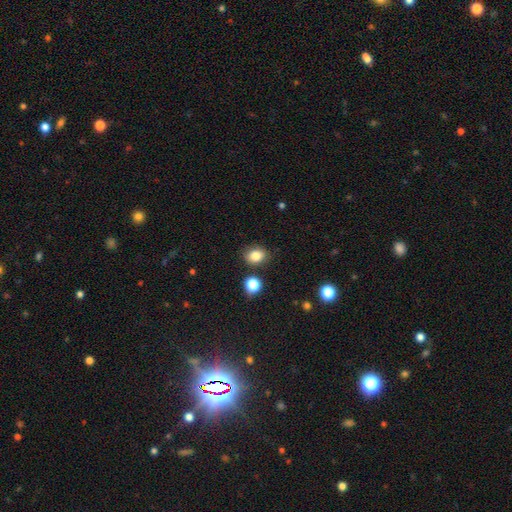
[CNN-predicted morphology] The model was most divided on "how rounded": in between: 51%, round: 48%, cigar-shaped: 1%. More confident: smooth or featured — smooth (83%); merging — none (81%).